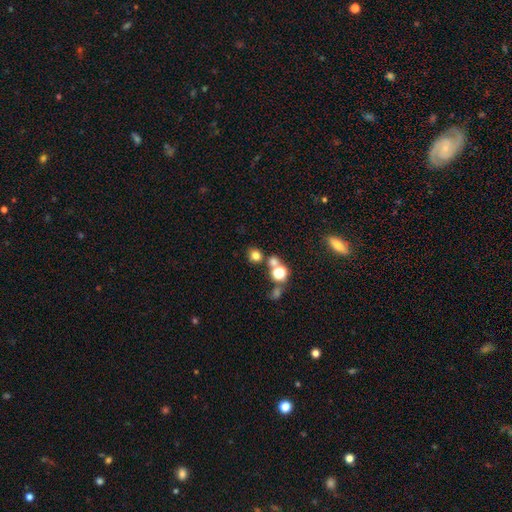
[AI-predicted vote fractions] A smooth galaxy with no disk features (73%) that is round (85%).

Vote fractions:
- Smooth or featured? smooth: 73% / star or artifact: 20% / featured or disk: 7%
- How rounded? round: 85% / in between: 14% / cigar-shaped: 1%
- Merging? none: 68% / merger: 20% / minor disturbance: 8% / major disturbance: 4%